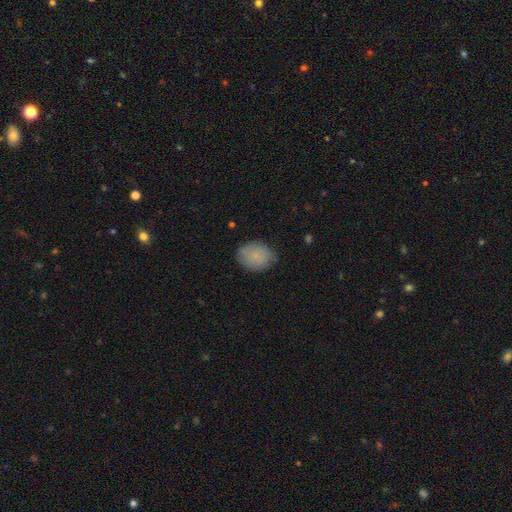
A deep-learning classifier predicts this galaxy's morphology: Overall: smooth (80%). How rounded: in between (62%; round 37%). Merging: none (78%).